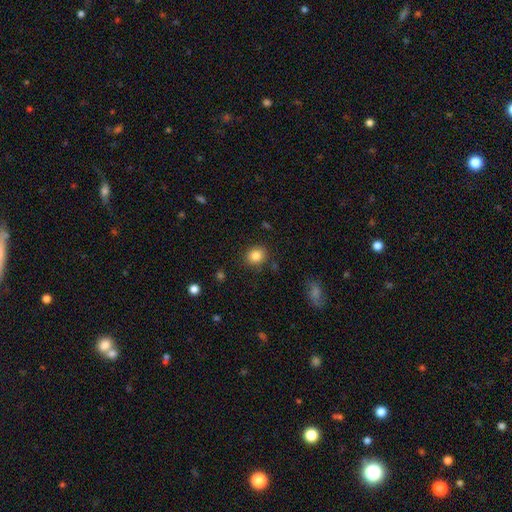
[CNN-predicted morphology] type=smooth (84%); roundness=round (69%); merging=none (87%).